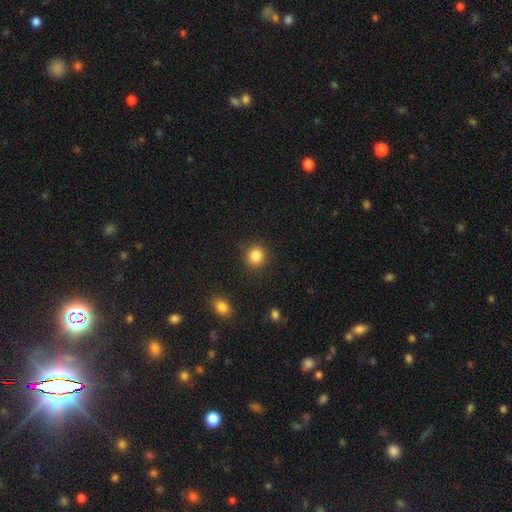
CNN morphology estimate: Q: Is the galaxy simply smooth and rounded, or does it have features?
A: smooth — 85%.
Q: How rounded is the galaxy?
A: round — 87%.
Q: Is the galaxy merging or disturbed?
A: none — 88%.